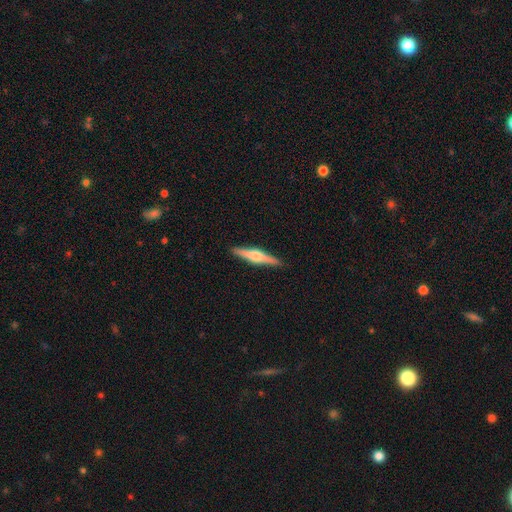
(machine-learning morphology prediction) This is likely a featured or disk galaxy (63%). It is clearly viewed edge-on (97%). Edge-on bulge: clearly rounded (88%). Merging: clearly none (91%).